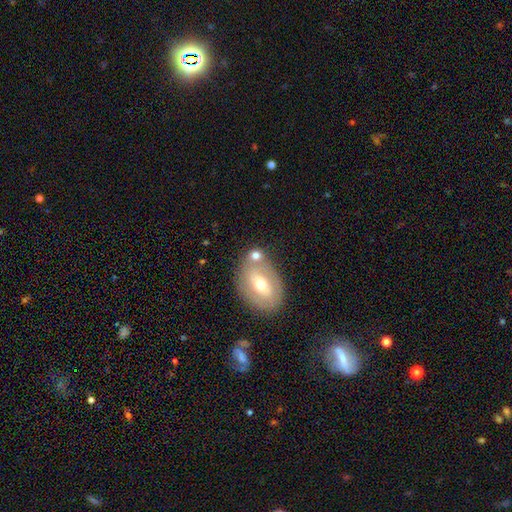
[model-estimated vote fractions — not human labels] This appears to be a smooth galaxy with no disk features (58%) that is in between round and cigar-shaped (64%). Merging: none (56%).